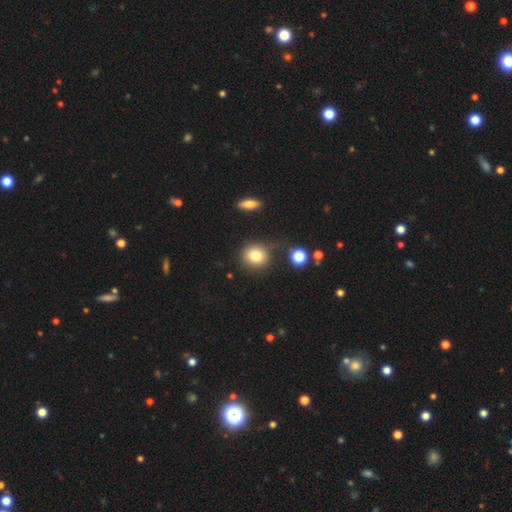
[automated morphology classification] Q: Smooth or featured?
A: smooth (80%); runner-up: star or artifact (11%)
Q: How rounded?
A: round (82%); runner-up: in between (17%)
Q: Merging?
A: none (71%); runner-up: minor disturbance (16%)